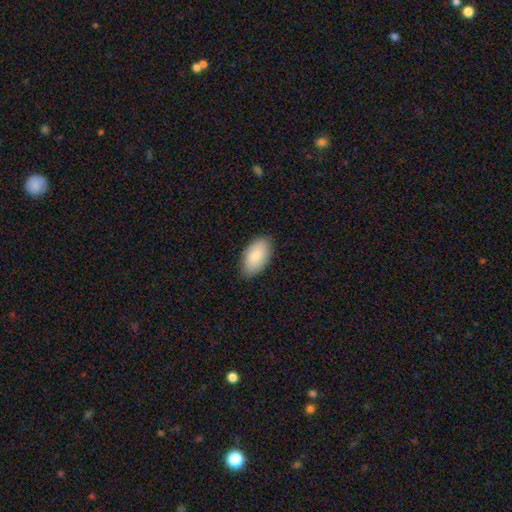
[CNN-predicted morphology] smooth-or-featured: smooth: 84% | featured or disk: 10% | star or artifact: 6%
  how-rounded: in between: 95% | round: 3% | cigar-shaped: 2%
  merging: none: 86% | minor disturbance: 11% | major disturbance: 2% | merger: 1%